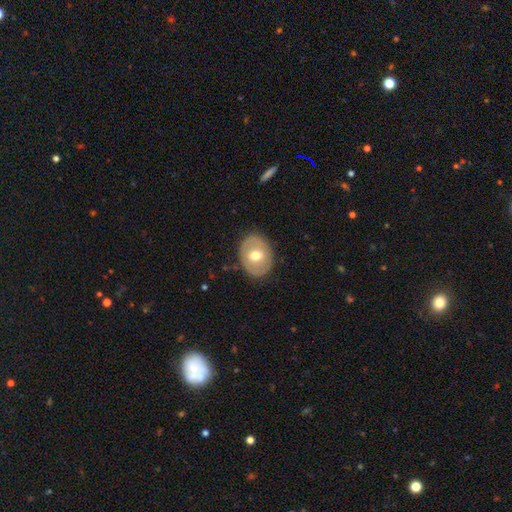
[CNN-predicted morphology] Smooth or featured? smooth (55%)
How rounded? in between (52%)
Merging? none (84%)